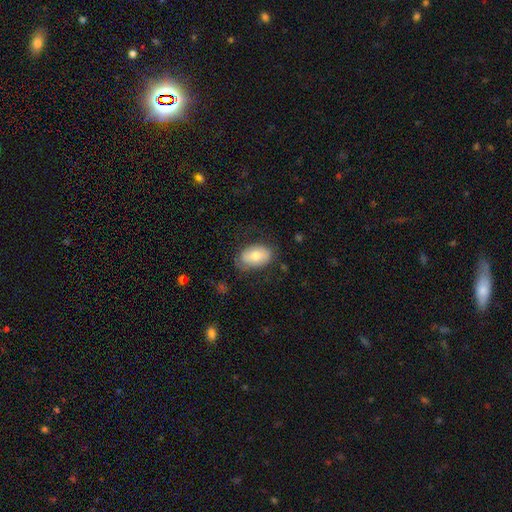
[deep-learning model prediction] Smooth or featured?
  - smooth: 73% *
  - featured or disk: 21%
  - star or artifact: 7%
How rounded?
  - in between: 89% *
  - round: 10%
  - cigar-shaped: 1%
Merging?
  - none: 71% *
  - minor disturbance: 20%
  - major disturbance: 7%
  - merger: 1%